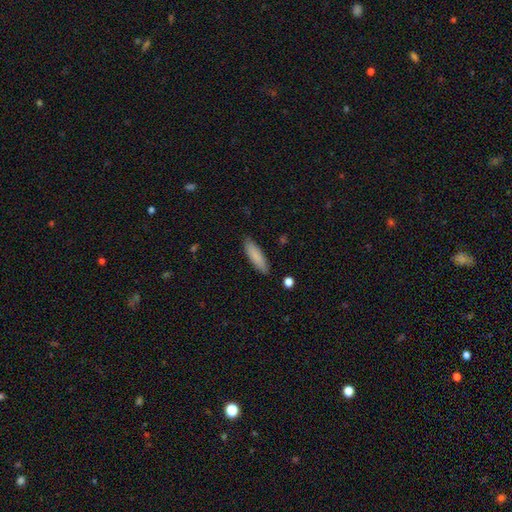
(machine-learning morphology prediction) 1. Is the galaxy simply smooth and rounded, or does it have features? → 84% smooth, 10% featured or disk, 6% star or artifact.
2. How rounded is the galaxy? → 59% cigar-shaped, 39% in between, 1% round.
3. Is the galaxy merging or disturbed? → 87% none, 10% minor disturbance, 2% major disturbance, 1% merger.